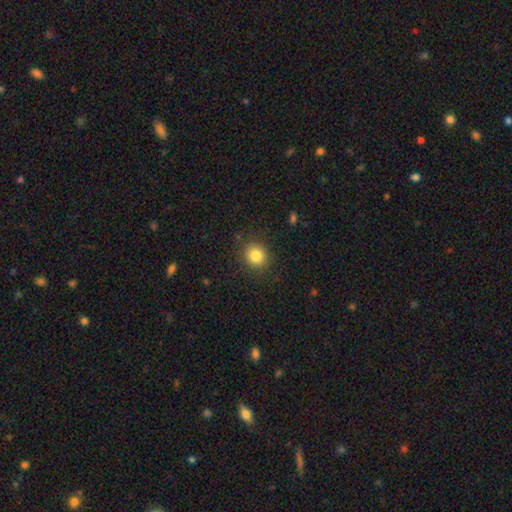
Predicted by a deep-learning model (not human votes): This appears to be a smooth galaxy with no disk features (83%) that is round (83%). Merging: none (87%).